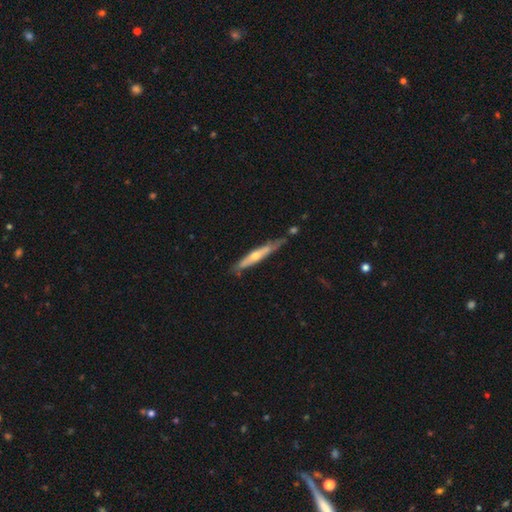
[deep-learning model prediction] Smooth or featured? Predicted: featured or disk (p=0.57). Edge-on disk? Predicted: yes (p=0.87). Merging? Predicted: none (p=0.67).